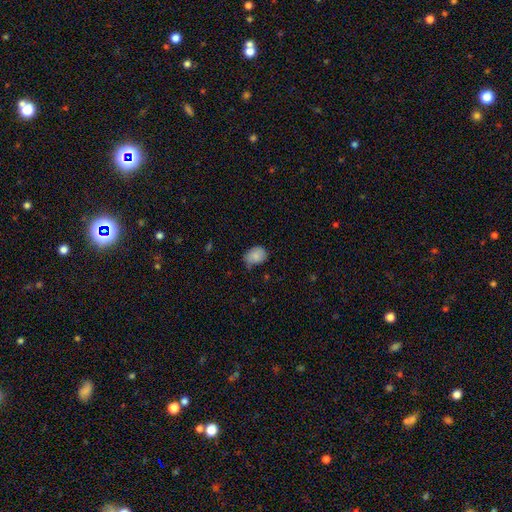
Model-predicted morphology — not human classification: Smooth or featured?
  - smooth: 83% *
  - featured or disk: 9%
  - star or artifact: 8%
How rounded?
  - in between: 59% *
  - round: 40%
  - cigar-shaped: 1%
Merging?
  - none: 50% *
  - minor disturbance: 39%
  - major disturbance: 9%
  - merger: 2%